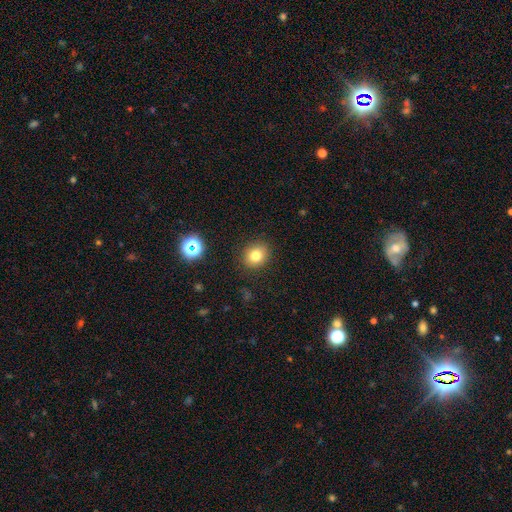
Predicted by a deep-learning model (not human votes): Smooth or featured?
  - smooth: 78% *
  - star or artifact: 14%
  - featured or disk: 8%
How rounded?
  - round: 75% *
  - in between: 24%
  - cigar-shaped: 1%
Merging?
  - none: 88% *
  - minor disturbance: 8%
  - major disturbance: 3%
  - merger: 1%